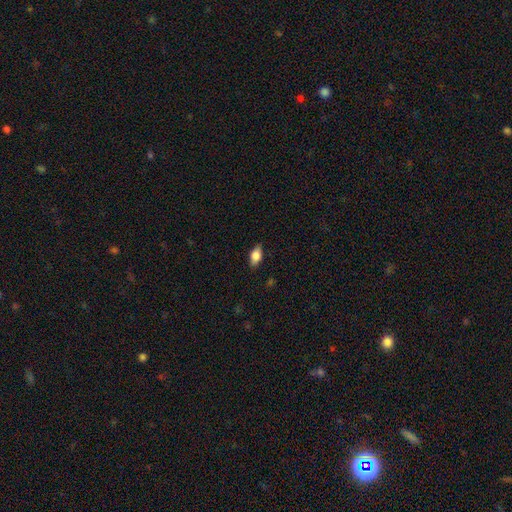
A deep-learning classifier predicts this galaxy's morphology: The model was most divided on "smooth or featured": smooth: 76%, featured or disk: 16%, star or artifact: 7%. More confident: how rounded — in between (87%); merging — none (84%).